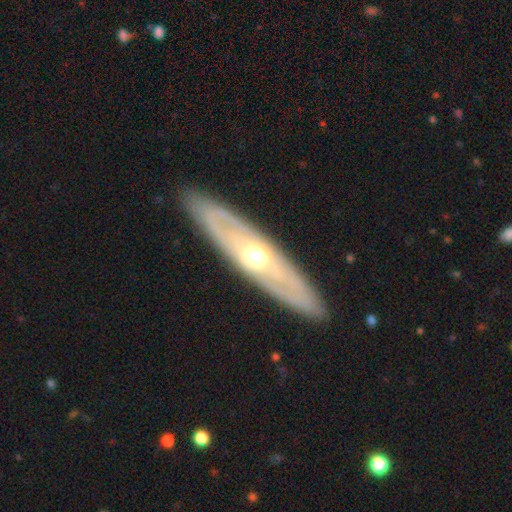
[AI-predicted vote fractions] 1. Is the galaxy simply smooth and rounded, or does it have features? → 73% featured or disk, 22% smooth, 5% star or artifact.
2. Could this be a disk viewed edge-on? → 53% no, 47% yes.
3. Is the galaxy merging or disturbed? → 89% none, 8% minor disturbance, 2% major disturbance, 1% merger.